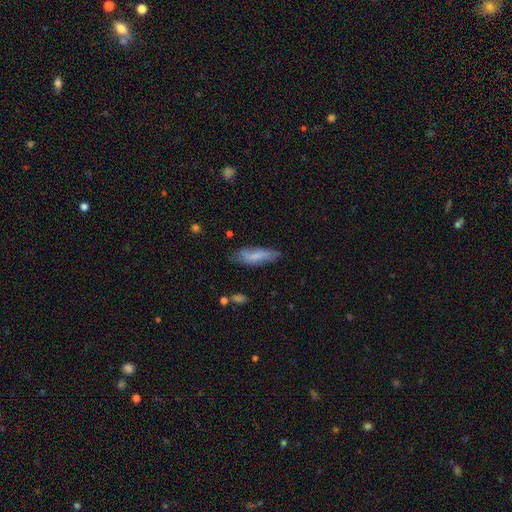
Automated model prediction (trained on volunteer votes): This appears to be a smooth galaxy with no disk features (66%) that is cigar-shaped (52%). Merging: none (63%).